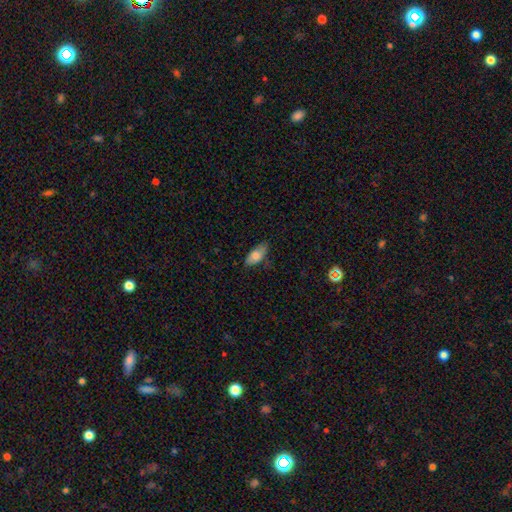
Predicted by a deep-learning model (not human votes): Smooth or featured?
  - smooth: 78% *
  - featured or disk: 15%
  - star or artifact: 7%
How rounded?
  - in between: 86% *
  - cigar-shaped: 11%
  - round: 3%
Merging?
  - none: 69% *
  - minor disturbance: 24%
  - major disturbance: 5%
  - merger: 2%